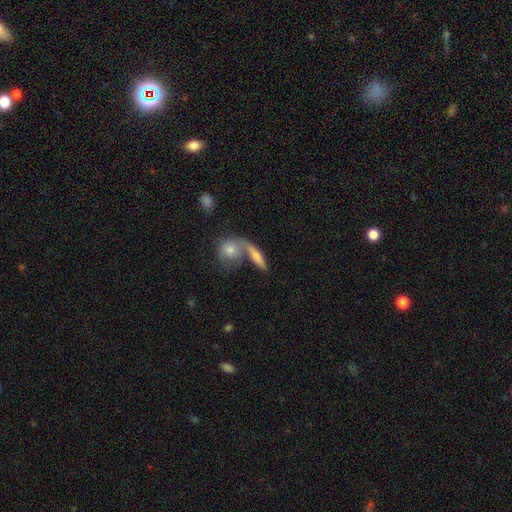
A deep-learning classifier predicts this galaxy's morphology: Smooth or featured? smooth (60%)
How rounded? cigar-shaped (45%)
Merging? merger (47%)